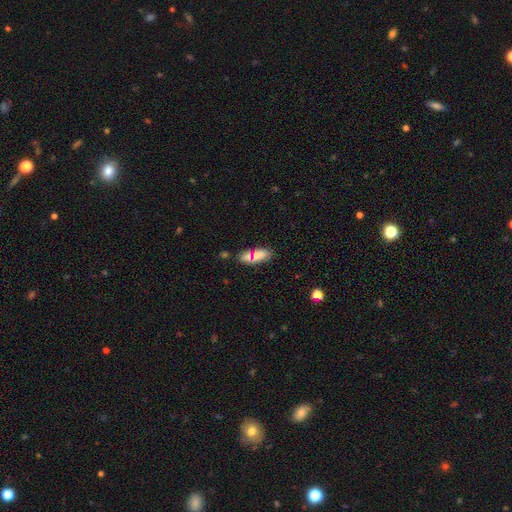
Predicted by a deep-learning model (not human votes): smooth_or_featured: smooth (p=0.74) [alt: featured or disk p=0.13]
how_rounded: in between (p=0.70) [alt: cigar-shaped p=0.25]
merging: none (p=0.77) [alt: minor disturbance p=0.12]